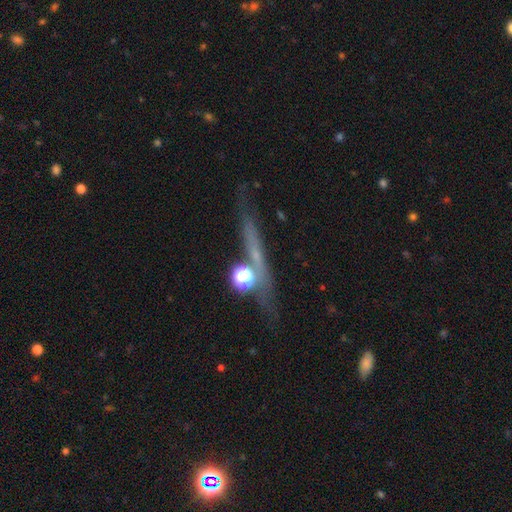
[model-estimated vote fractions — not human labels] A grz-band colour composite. It shows a featured or disk galaxy (44%). Merging: none (72%).